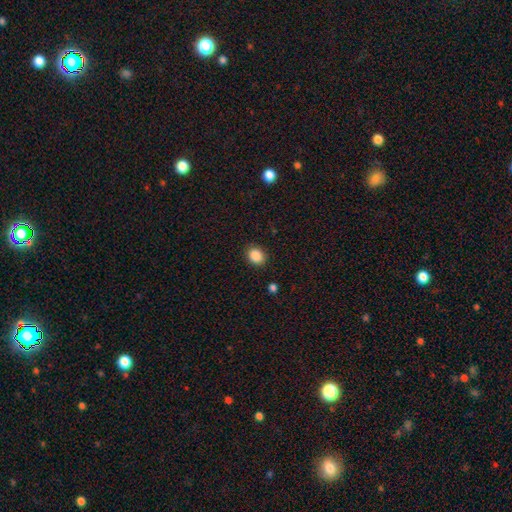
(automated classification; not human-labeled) This is clearly a smooth galaxy (88%). How rounded: possibly round (55%). Merging: clearly none (88%).